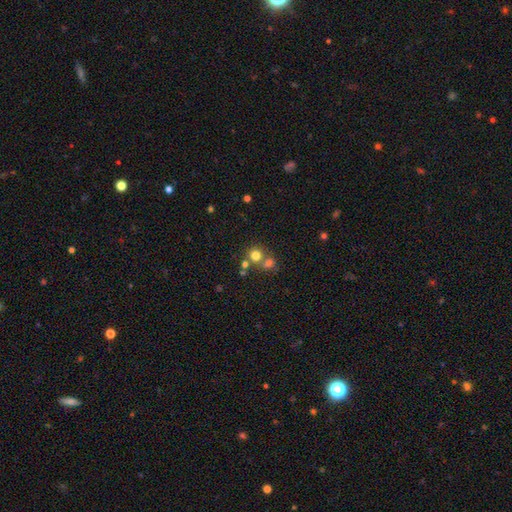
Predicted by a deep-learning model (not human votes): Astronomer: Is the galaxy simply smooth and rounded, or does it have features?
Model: smooth — 74%.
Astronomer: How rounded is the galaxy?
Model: round — 87%.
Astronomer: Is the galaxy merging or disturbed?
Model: none — 51% (runner-up: merger, 39%).